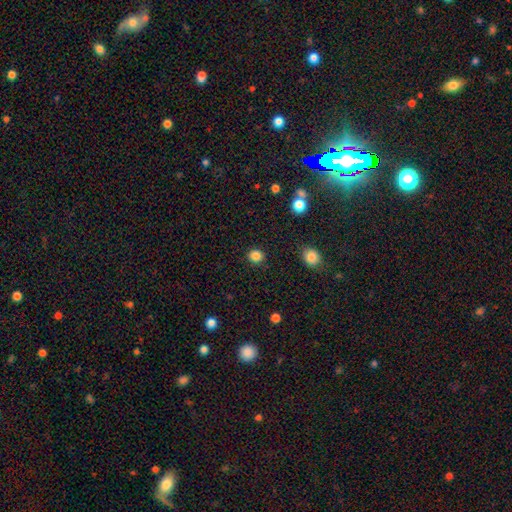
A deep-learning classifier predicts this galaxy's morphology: Overall: smooth (85%). How rounded: round (86%). Merging: none (90%).